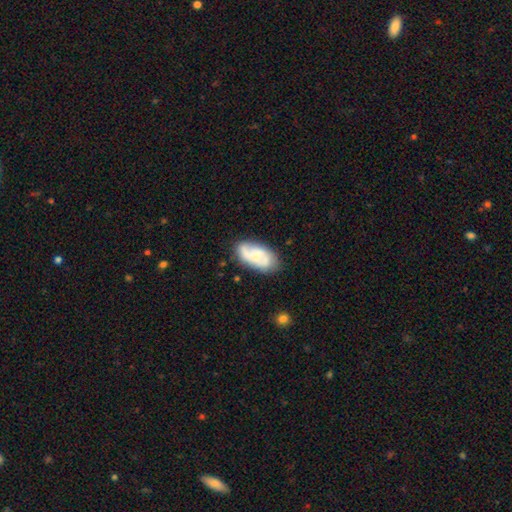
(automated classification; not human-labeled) A featured or disk galaxy (58%) with no bar (66%), spiral arms (85%) and a small central bulge (57%).

Vote fractions:
- Smooth or featured? featured or disk: 58% / smooth: 36% / star or artifact: 6%
- Edge-on disk? no: 95% / yes: 5%
- Bar? no: 66% / weak: 28% / strong: 5%
- Spiral arms? yes: 85% / no: 15%
- Bulge size? small: 57% / moderate: 30% / none: 9% / large: 3% / dominant: 1%
- Merging? none: 72% / minor disturbance: 20% / major disturbance: 5% / merger: 3%